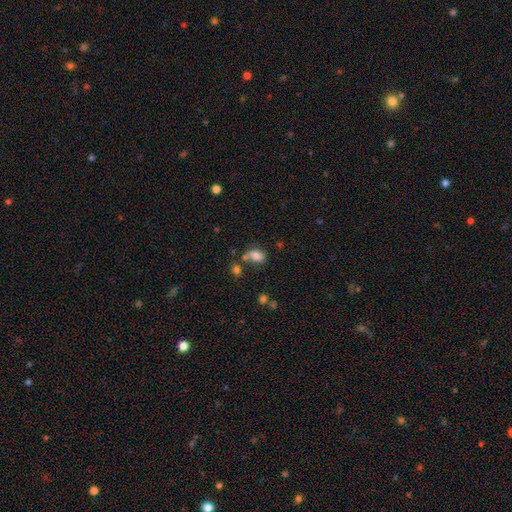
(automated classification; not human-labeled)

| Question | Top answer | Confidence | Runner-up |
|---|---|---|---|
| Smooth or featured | smooth | 76% | featured or disk (13%) |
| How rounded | in between | 83% | round (14%) |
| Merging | none | 44% | merger (23%) |